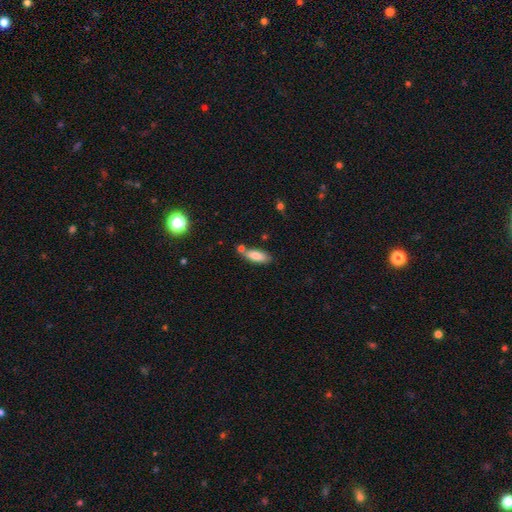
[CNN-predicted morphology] This is clearly a smooth galaxy (82%). How rounded: likely in between (70%). Merging: likely none (64%).